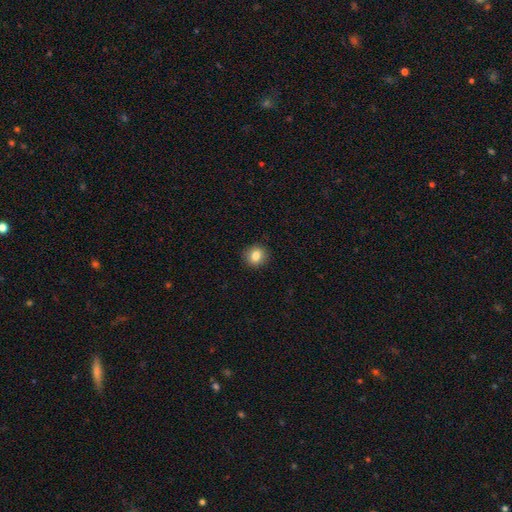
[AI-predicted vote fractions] Morphology: type=smooth (83%); roundness=round (84%); merging=none (91%).